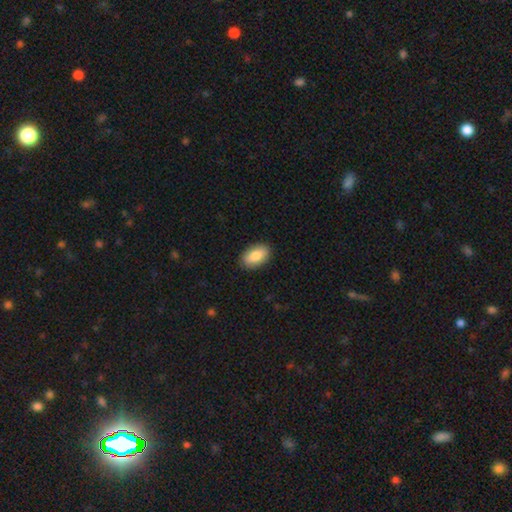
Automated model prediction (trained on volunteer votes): A smooth galaxy with no disk features (84%) that is in between round and cigar-shaped (93%). Merging: none (90%).